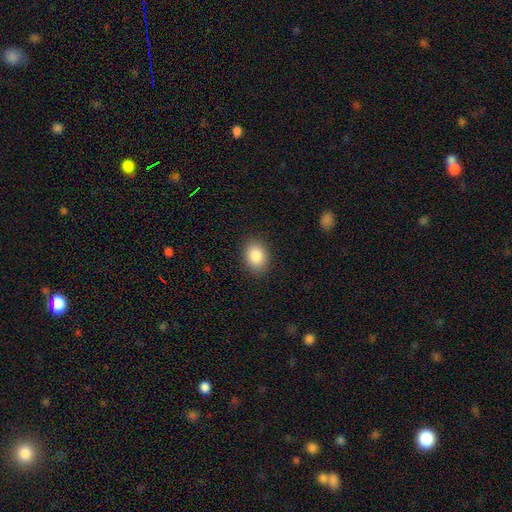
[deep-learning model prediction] Overall: smooth (87%). How rounded: in between (65%; round 34%). Merging: none (88%).